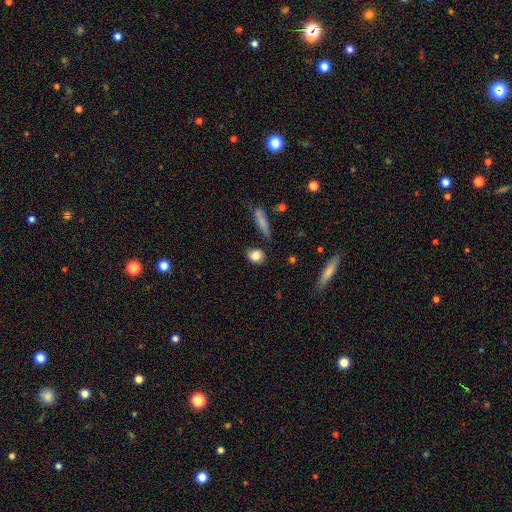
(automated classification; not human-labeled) Smooth or featured? Predicted: smooth (p=0.83). How rounded? Predicted: round (p=0.56). Merging? Predicted: none (p=0.69).